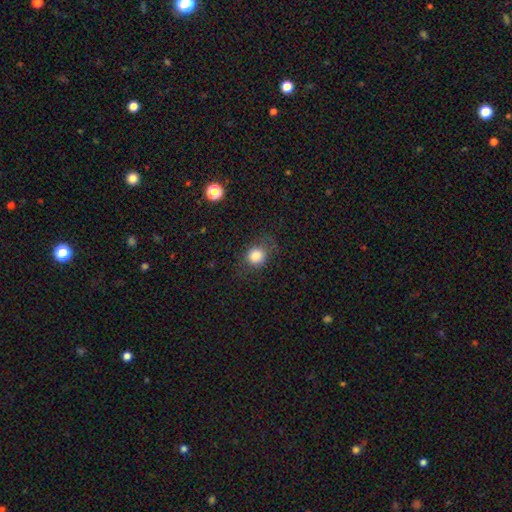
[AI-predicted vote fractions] Smooth or featured?
  - smooth: 82% *
  - star or artifact: 11%
  - featured or disk: 7%
How rounded?
  - round: 75% *
  - in between: 24%
  - cigar-shaped: 1%
Merging?
  - none: 73% *
  - minor disturbance: 17%
  - major disturbance: 8%
  - merger: 1%